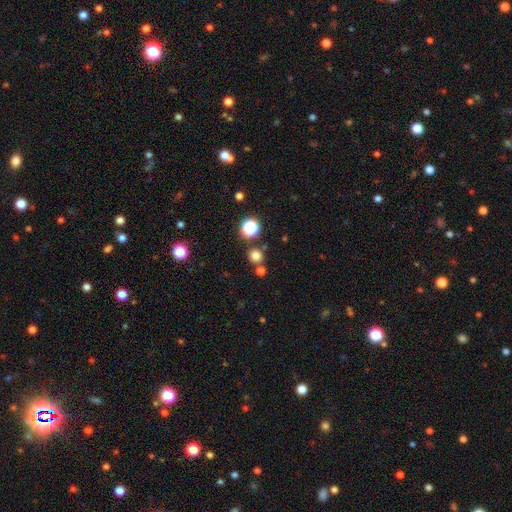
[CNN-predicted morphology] smooth-or-featured: smooth: 74% | star or artifact: 20% | featured or disk: 5%
  how-rounded: round: 91% | in between: 8% | cigar-shaped: 1%
  merging: none: 77% | merger: 13% | minor disturbance: 7% | major disturbance: 3%